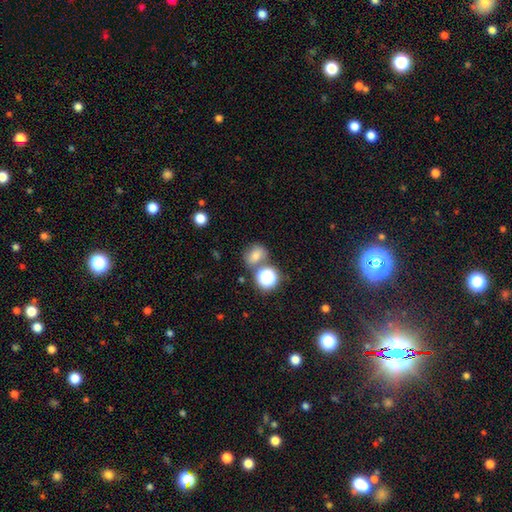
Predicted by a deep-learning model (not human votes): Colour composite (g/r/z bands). It shows a smooth galaxy with no disk features (67%) that is round (58%). Merging: none (67%).